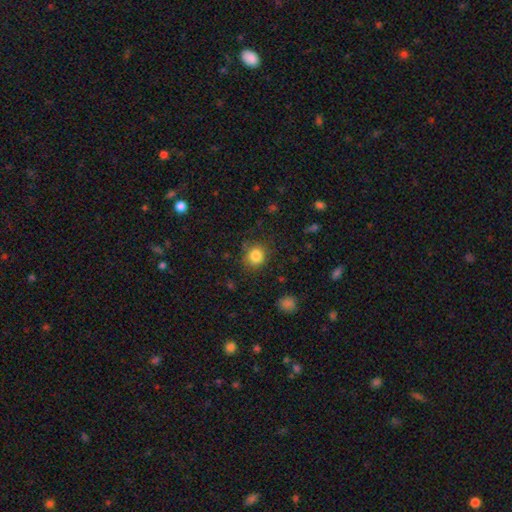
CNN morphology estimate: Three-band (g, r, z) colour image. It shows a smooth galaxy with no disk features (84%) that is round (82%). Merging: none (80%).